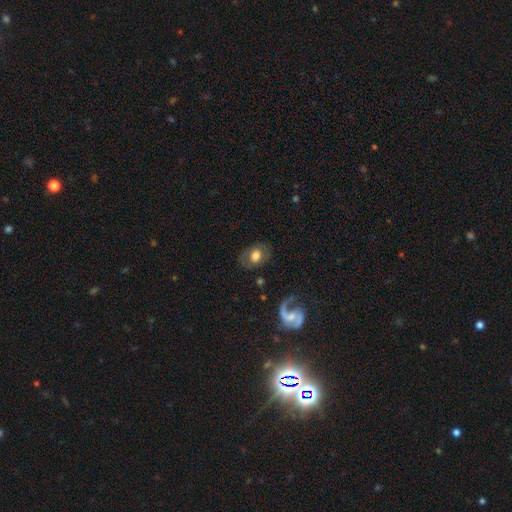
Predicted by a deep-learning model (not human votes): The model was most divided on "smooth or featured": smooth: 52%, featured or disk: 40%, star or artifact: 8%. More confident: merging — none (76%); how rounded — in between (71%).